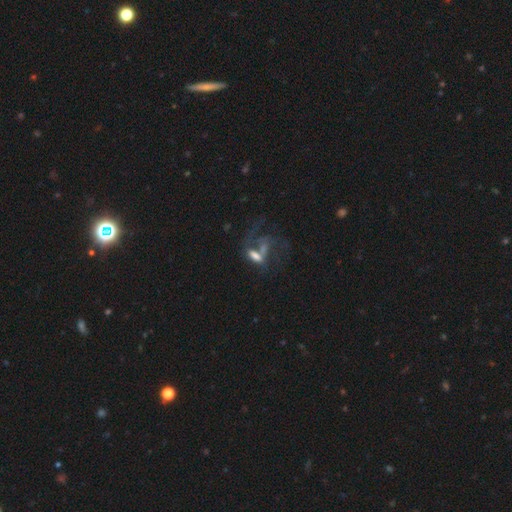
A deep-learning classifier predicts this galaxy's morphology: A smooth galaxy with no disk features (50%).

Vote fractions:
- Smooth or featured? smooth: 50% / featured or disk: 36% / star or artifact: 14%
- Merging? merger: 41% / major disturbance: 27% / none: 21% / minor disturbance: 11%